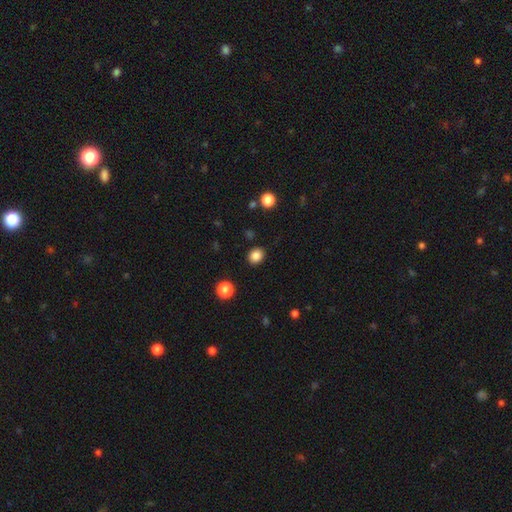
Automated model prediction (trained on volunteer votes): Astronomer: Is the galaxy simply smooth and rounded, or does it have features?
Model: smooth — 85%.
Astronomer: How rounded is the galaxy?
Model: round — 65%.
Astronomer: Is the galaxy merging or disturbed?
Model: none — 89%.